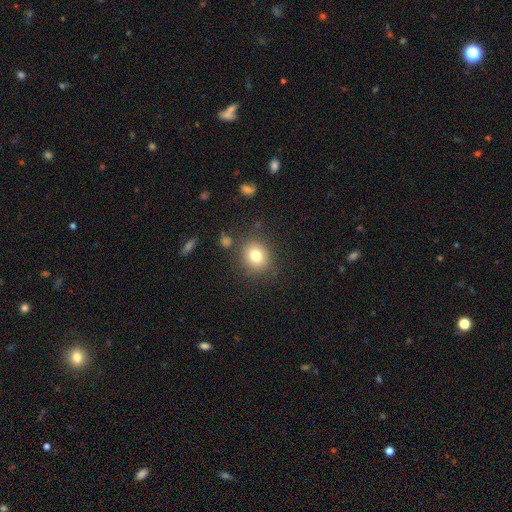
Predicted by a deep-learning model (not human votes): smooth 79%, star or artifact 11%, featured or disk 10%. Down the decision tree: how rounded — round (76%); merging — none (82%).